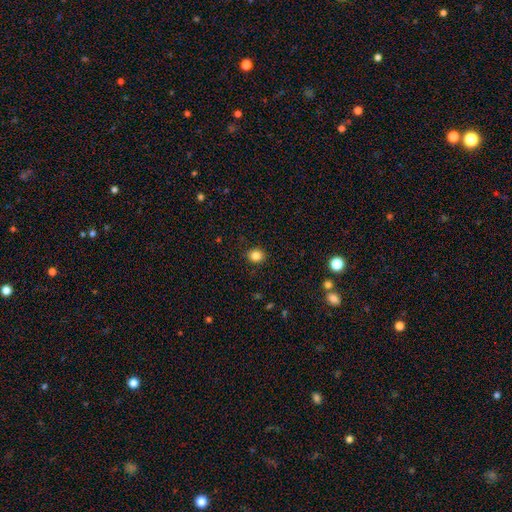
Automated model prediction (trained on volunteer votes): Morphology: type=smooth (84%); roundness=round (76%); merging=none (91%).